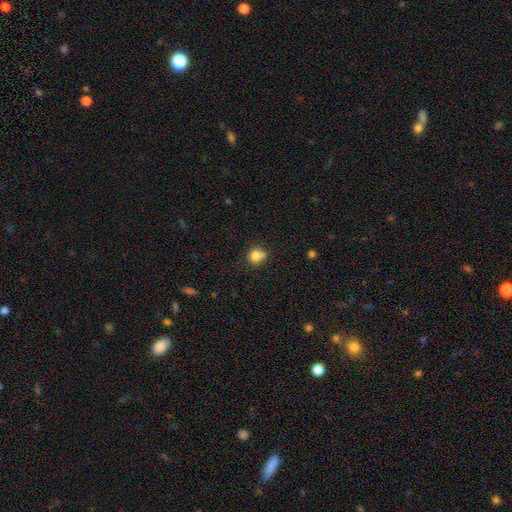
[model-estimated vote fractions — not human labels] This is clearly a smooth galaxy (81%). How rounded: clearly round (81%). Merging: likely none (60%).